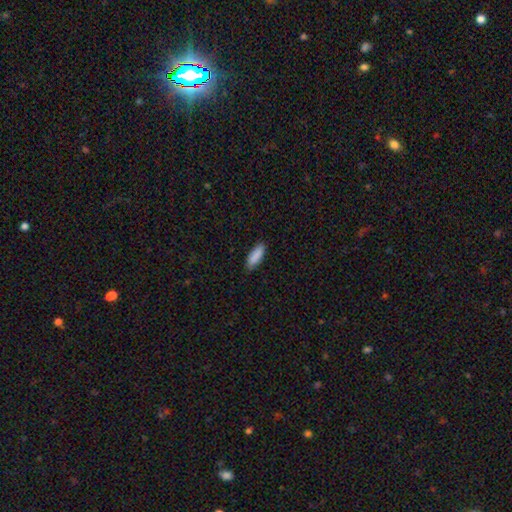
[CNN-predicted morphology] Smooth or featured? Predicted: smooth (p=0.89). How rounded? Predicted: in between (p=0.63). Merging? Predicted: none (p=0.86).